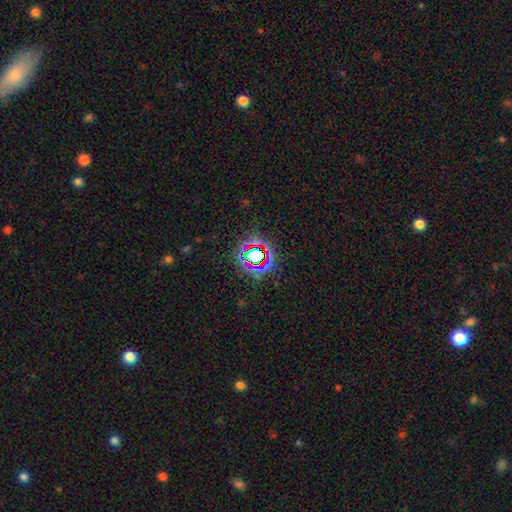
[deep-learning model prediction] This is likely a star or artifact rather than a galaxy (70%).